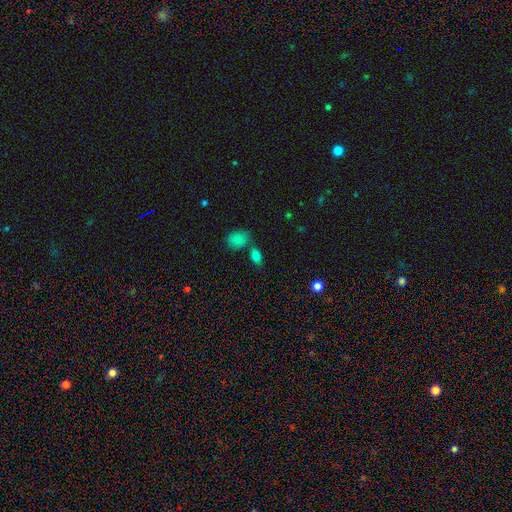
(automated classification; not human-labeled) This is clearly a smooth galaxy (81%). How rounded: clearly in between (84%). Merging: likely none (60%).